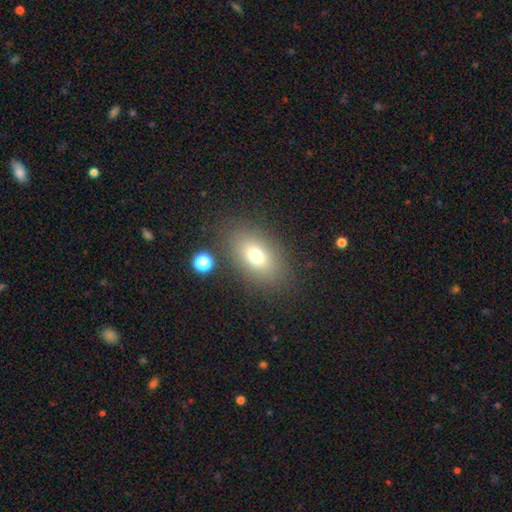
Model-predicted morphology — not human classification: A smooth galaxy with no disk features (73%) that is in between round and cigar-shaped (83%).

Vote fractions:
- Smooth or featured? smooth: 73% / featured or disk: 14% / star or artifact: 13%
- How rounded? in between: 83% / round: 15% / cigar-shaped: 2%
- Merging? none: 82% / minor disturbance: 10% / major disturbance: 5% / merger: 3%